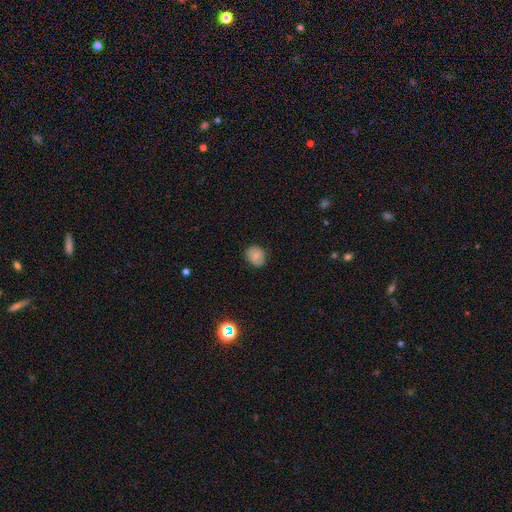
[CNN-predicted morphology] smooth_or_featured: smooth (p=0.78) [alt: featured or disk p=0.13]
how_rounded: round (p=0.71) [alt: in between p=0.28]
merging: none (p=0.81) [alt: minor disturbance p=0.15]